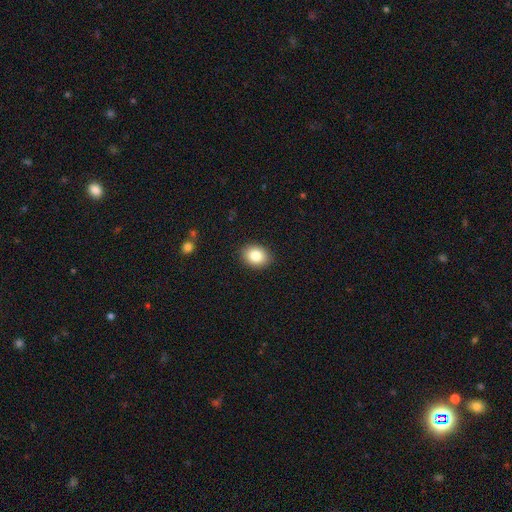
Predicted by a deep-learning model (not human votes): A smooth galaxy with no disk features (85%) that is in between round and cigar-shaped (61%). Merging: none (90%).